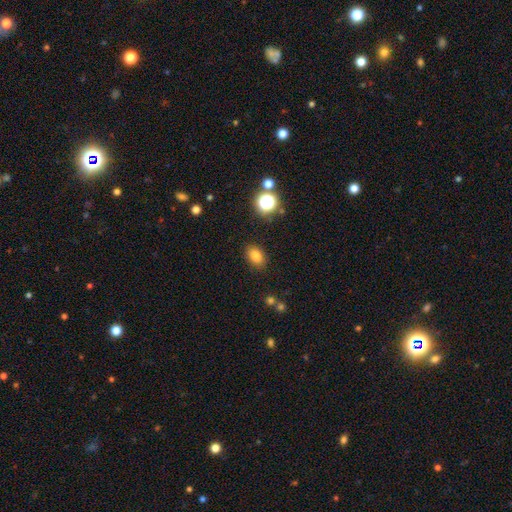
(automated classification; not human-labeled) smooth 80%, star or artifact 13%, featured or disk 7%. Down the decision tree: how rounded — in between (78%); merging — none (87%).